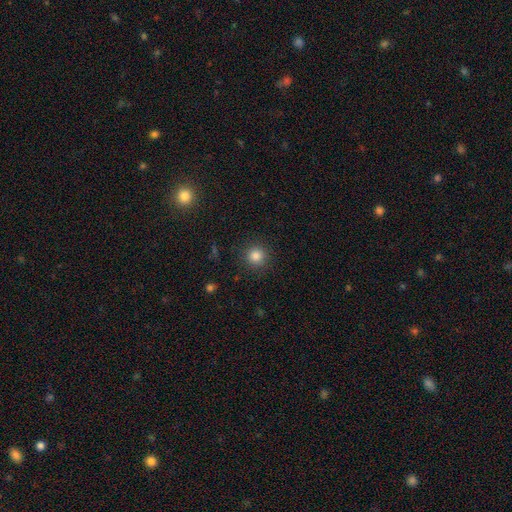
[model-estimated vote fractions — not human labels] Smooth or featured? smooth (84%)
How rounded? round (94%)
Merging? none (89%)